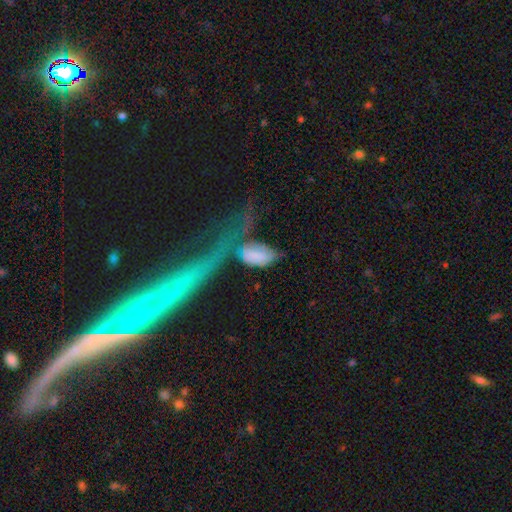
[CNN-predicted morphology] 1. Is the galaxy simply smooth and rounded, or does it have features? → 66% smooth, 24% featured or disk, 10% star or artifact.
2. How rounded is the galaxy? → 90% in between, 7% round, 3% cigar-shaped.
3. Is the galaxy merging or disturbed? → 38% major disturbance, 25% merger, 21% none, 16% minor disturbance.